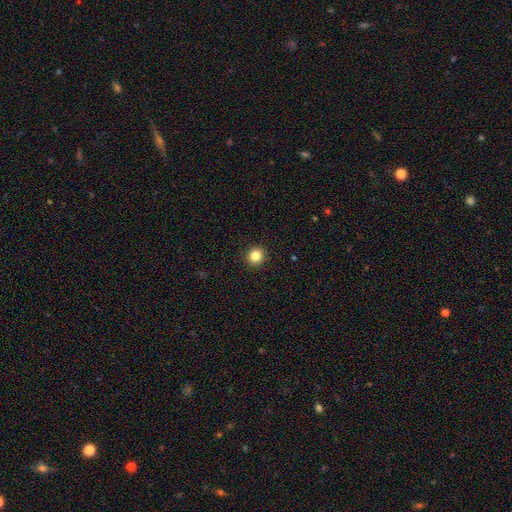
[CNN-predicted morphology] type=smooth (84%); roundness=round (93%); merging=none (93%).